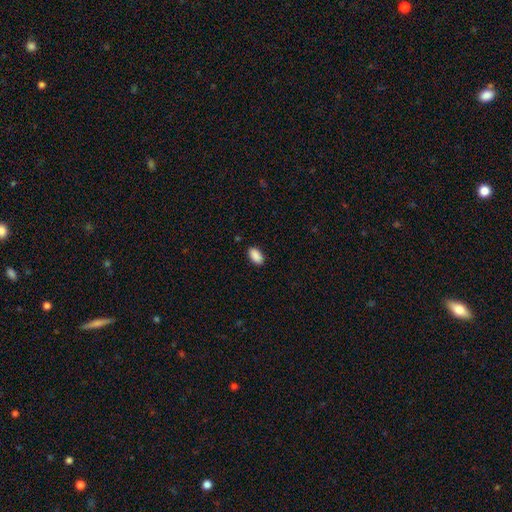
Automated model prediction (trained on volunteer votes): Smooth or featured?
  - smooth: 90% *
  - star or artifact: 7%
  - featured or disk: 3%
How rounded?
  - in between: 94% *
  - round: 4%
  - cigar-shaped: 3%
Merging?
  - none: 88% *
  - minor disturbance: 9%
  - major disturbance: 2%
  - merger: 1%